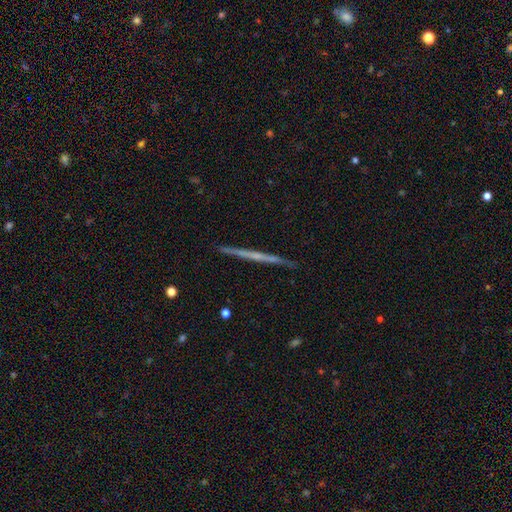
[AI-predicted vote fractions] Smooth or featured? Predicted: featured or disk (p=0.69). Edge-on disk? Predicted: yes (p=0.98). Edge-on bulge? Predicted: none (p=0.73). Merging? Predicted: none (p=0.91).